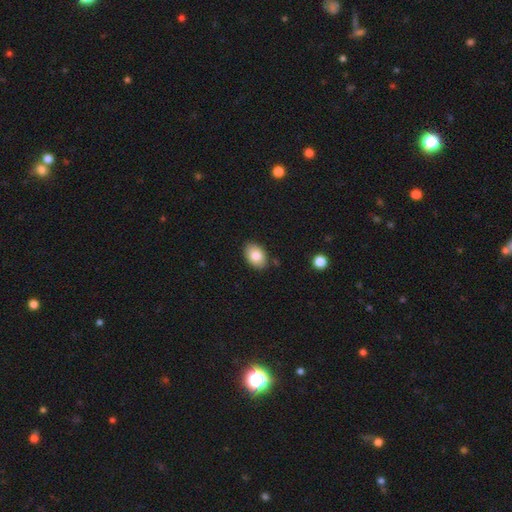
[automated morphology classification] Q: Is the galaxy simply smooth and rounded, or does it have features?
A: smooth — 85%.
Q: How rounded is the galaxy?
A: in between — 85%.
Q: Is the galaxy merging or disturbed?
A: none — 85%.